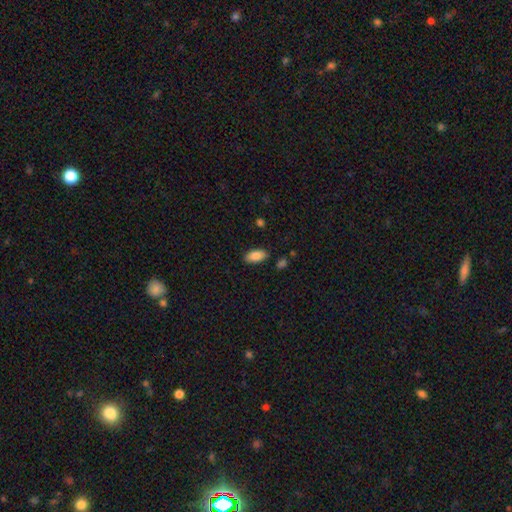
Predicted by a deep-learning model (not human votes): Q: Smooth or featured?
A: smooth (85%); runner-up: featured or disk (8%)
Q: How rounded?
A: in between (92%); runner-up: cigar-shaped (6%)
Q: Merging?
A: none (85%); runner-up: minor disturbance (10%)